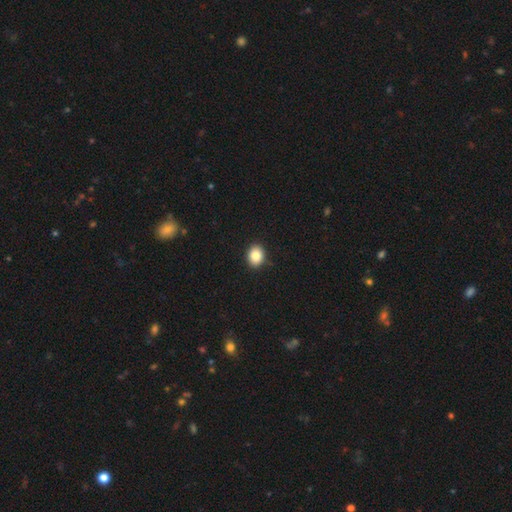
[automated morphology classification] This is clearly a smooth galaxy (85%). How rounded: possibly in between (50%). Merging: clearly none (90%).